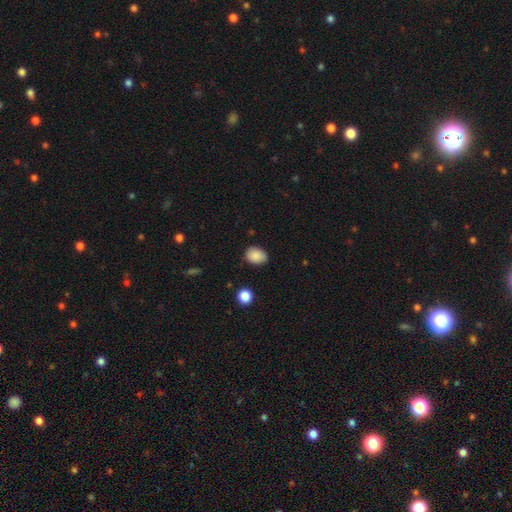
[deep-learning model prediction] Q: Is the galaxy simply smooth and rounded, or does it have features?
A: smooth — 87%.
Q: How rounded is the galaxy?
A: in between — 63%.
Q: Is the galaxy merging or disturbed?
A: none — 79%.